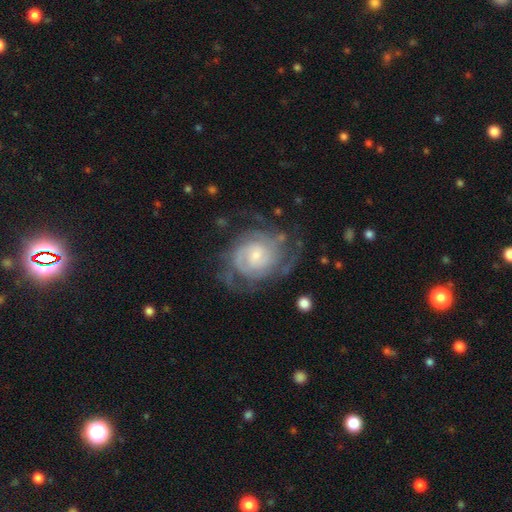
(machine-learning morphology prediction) featured or disk 83%, smooth 11%, star or artifact 5%. Down the decision tree: edge-on disk — no (98%); bar — no (64%); spiral arms — yes (94%); spiral arm count — can't tell (35%); spiral winding — tight (63%); bulge size — small (63%); merging — none (63%).